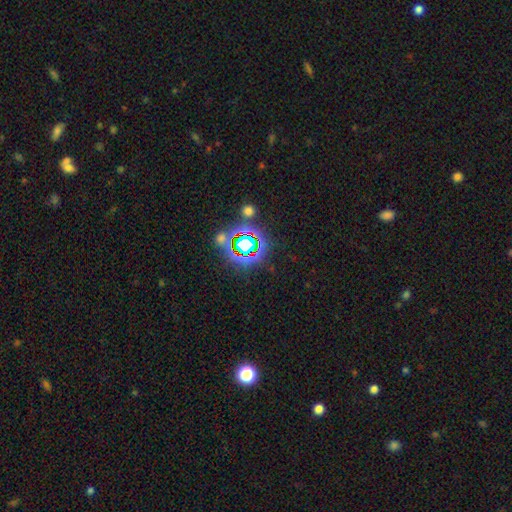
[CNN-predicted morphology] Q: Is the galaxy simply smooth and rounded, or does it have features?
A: star or artifact — 71%.